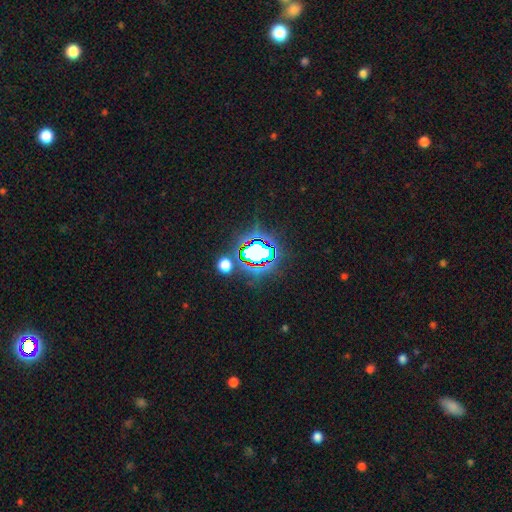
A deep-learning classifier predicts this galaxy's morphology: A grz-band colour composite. It shows a star or artifact, not a galaxy (67%).